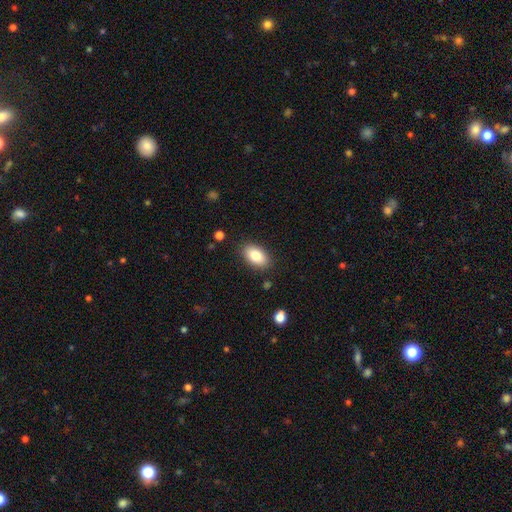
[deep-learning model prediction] Smooth or featured? smooth (83%)
How rounded? in between (92%)
Merging? none (87%)